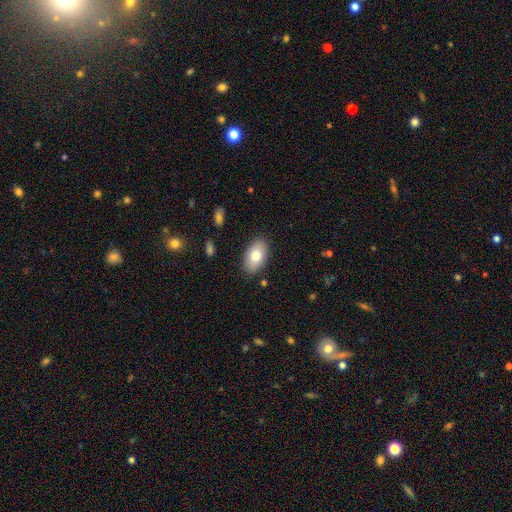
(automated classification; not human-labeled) smooth 78%, featured or disk 16%, star or artifact 7%. Down the decision tree: how rounded — in between (93%); merging — none (87%).